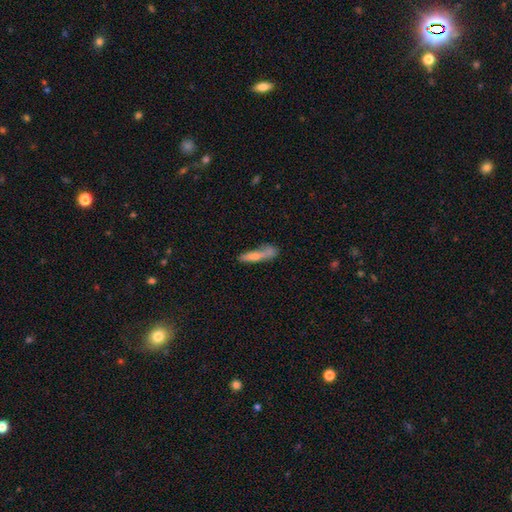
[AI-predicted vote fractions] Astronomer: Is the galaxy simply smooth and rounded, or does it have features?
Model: smooth — 68%.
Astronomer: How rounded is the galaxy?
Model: cigar-shaped — 84%.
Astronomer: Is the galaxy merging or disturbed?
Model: none — 50%.